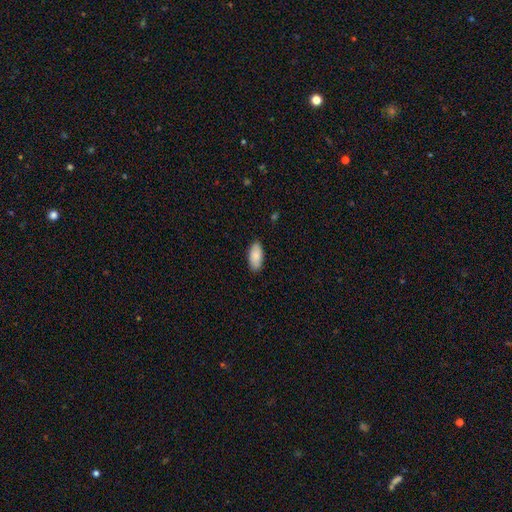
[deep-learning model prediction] This is clearly a smooth galaxy (88%). How rounded: clearly in between (91%). Merging: clearly none (87%).